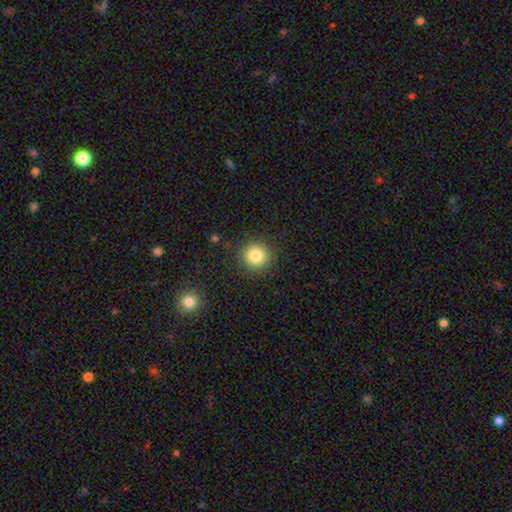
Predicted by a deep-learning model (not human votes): smooth_or_featured: smooth (p=0.82) [alt: star or artifact p=0.11]
how_rounded: round (p=0.93) [alt: in between p=0.06]
merging: none (p=0.89) [alt: minor disturbance p=0.07]